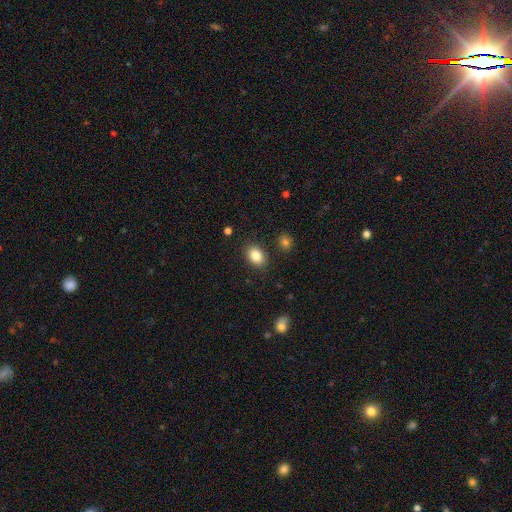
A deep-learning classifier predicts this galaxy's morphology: type=smooth (85%); roundness=in between (78%); merging=none (86%).